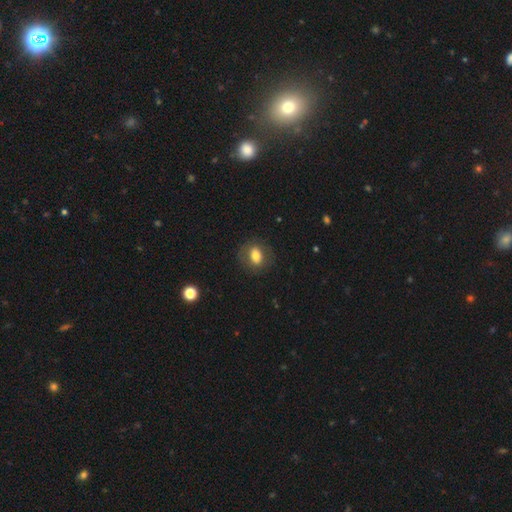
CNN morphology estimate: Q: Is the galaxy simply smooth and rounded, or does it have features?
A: smooth — 71%.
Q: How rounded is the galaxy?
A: in between — 60%.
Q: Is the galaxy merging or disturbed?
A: none — 80%.